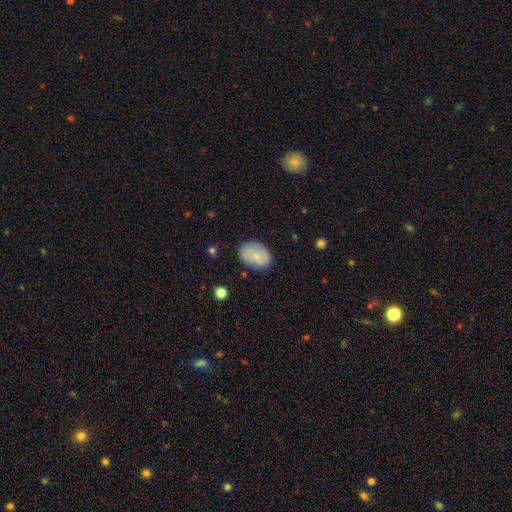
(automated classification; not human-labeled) Smooth or featured? Predicted: smooth (p=0.76). How rounded? Predicted: in between (p=0.82). Merging? Predicted: none (p=0.78).